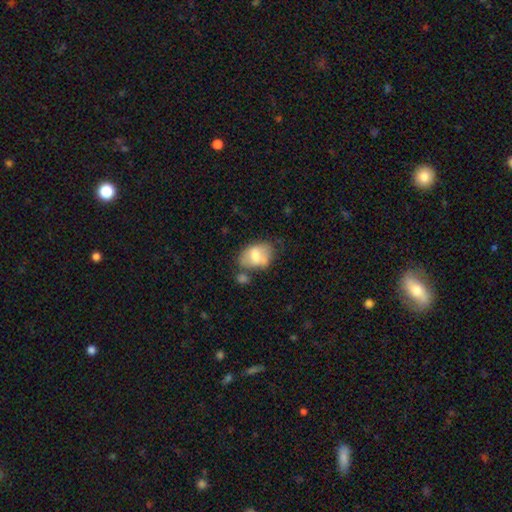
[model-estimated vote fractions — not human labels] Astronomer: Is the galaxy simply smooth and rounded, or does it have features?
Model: smooth — 62%.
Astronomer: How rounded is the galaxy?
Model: in between — 83%.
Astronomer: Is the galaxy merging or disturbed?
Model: none — 48% (runner-up: minor disturbance, 25%).